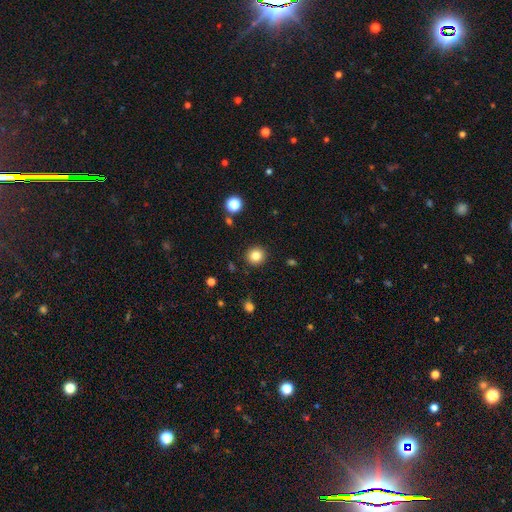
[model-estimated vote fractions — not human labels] smooth 83%, star or artifact 11%, featured or disk 6%. Down the decision tree: how rounded — round (92%); merging — none (91%).